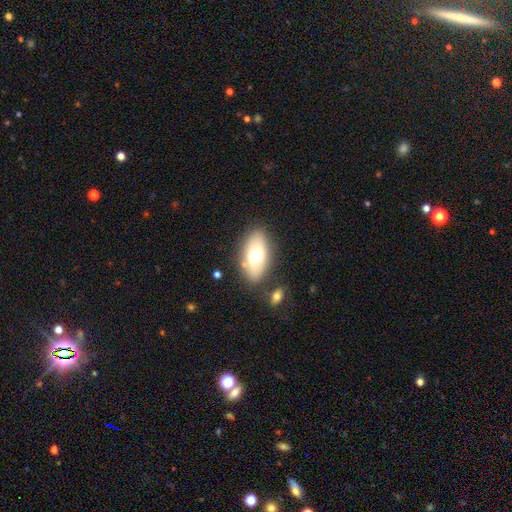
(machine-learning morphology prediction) This is likely a smooth galaxy (62%). How rounded: clearly in between (91%). Merging: likely none (76%).